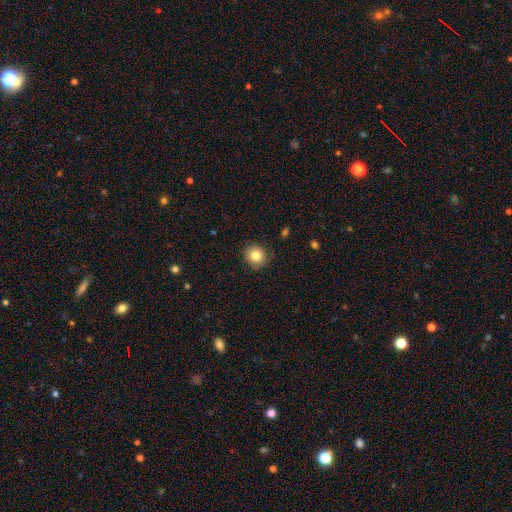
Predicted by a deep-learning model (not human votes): smooth_or_featured: smooth (p=0.83) [alt: star or artifact p=0.10]
how_rounded: round (p=0.87) [alt: in between p=0.12]
merging: none (p=0.89) [alt: minor disturbance p=0.08]